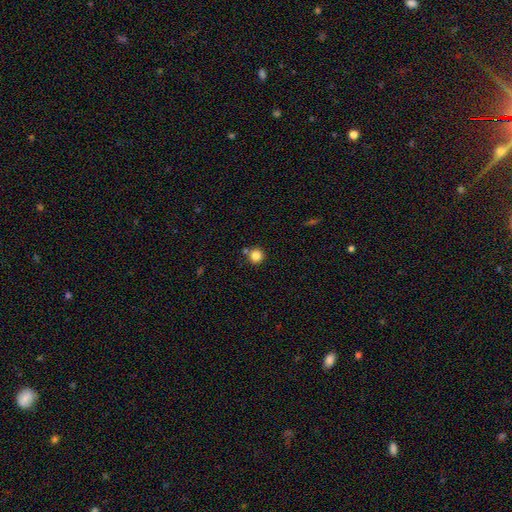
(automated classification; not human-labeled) Smooth or featured? Predicted: smooth (p=0.83). How rounded? Predicted: round (p=0.94). Merging? Predicted: none (p=0.78).